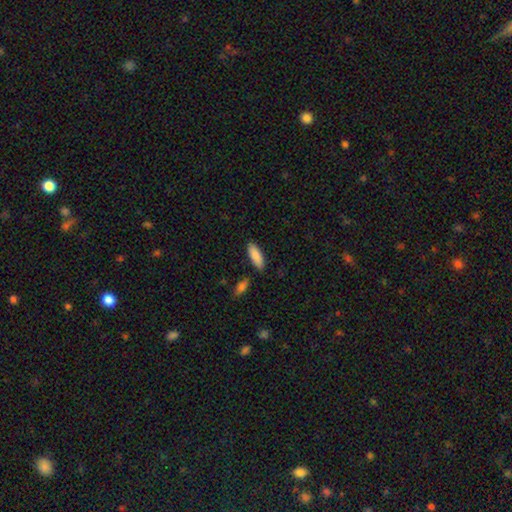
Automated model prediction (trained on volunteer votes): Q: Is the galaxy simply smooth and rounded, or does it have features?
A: smooth — 87%.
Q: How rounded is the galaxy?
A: in between — 68%.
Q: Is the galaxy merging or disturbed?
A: none — 82%.